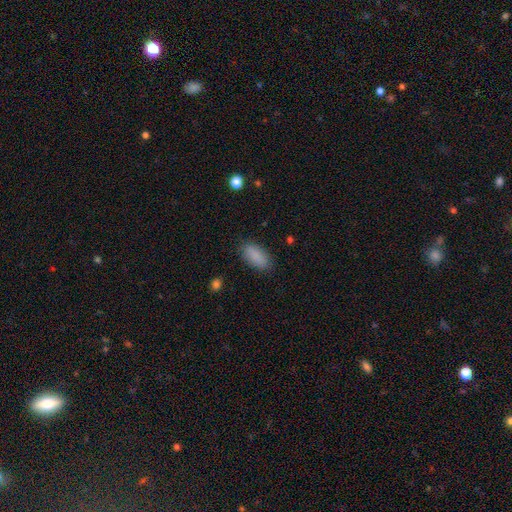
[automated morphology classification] Smooth or featured? Predicted: smooth (p=0.89). How rounded? Predicted: in between (p=0.86). Merging? Predicted: none (p=0.86).